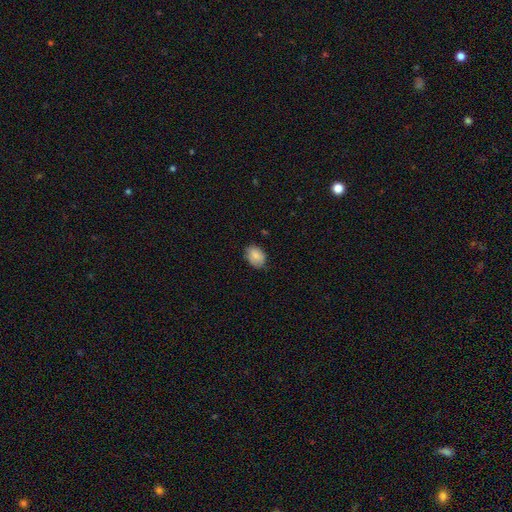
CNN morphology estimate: Q: Smooth or featured?
A: smooth (82%); runner-up: featured or disk (10%)
Q: How rounded?
A: in between (78%); runner-up: round (21%)
Q: Merging?
A: none (74%); runner-up: minor disturbance (21%)